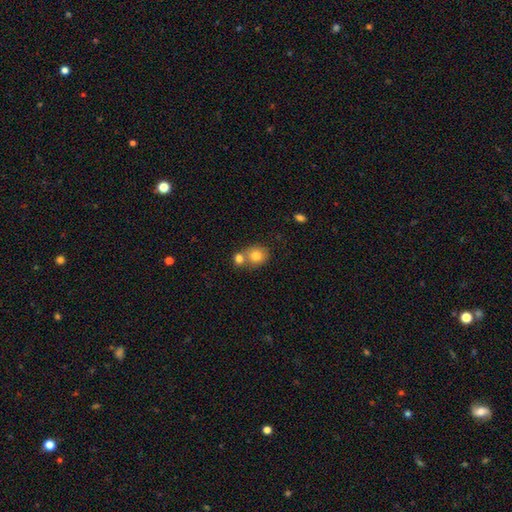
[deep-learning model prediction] A smooth galaxy with no disk features (79%) that is round (75%).

Vote fractions:
- Smooth or featured? smooth: 79% / featured or disk: 11% / star or artifact: 10%
- How rounded? round: 75% / in between: 24% / cigar-shaped: 1%
- Merging? none: 45% / merger: 44% / minor disturbance: 8% / major disturbance: 3%